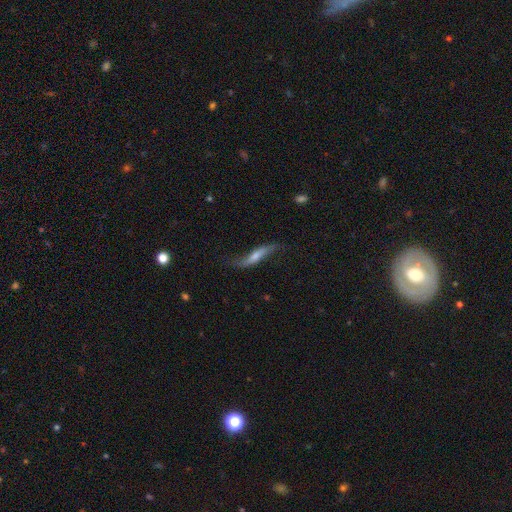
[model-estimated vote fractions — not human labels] A featured or disk galaxy (69%). Merging: none (61%).